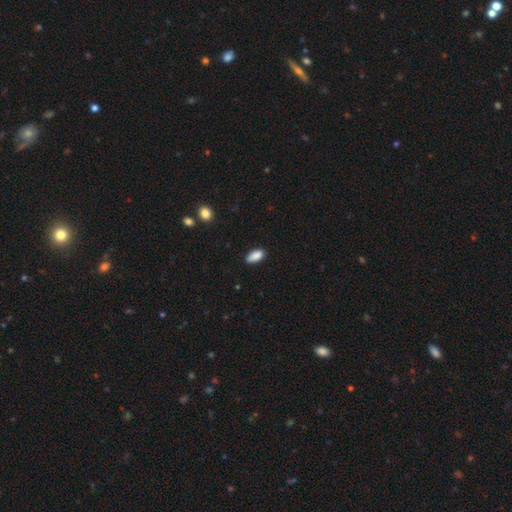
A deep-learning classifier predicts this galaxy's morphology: smooth-or-featured: smooth: 88% | star or artifact: 8% | featured or disk: 5%
  how-rounded: in between: 90% | cigar-shaped: 8% | round: 3%
  merging: none: 80% | minor disturbance: 16% | major disturbance: 3% | merger: 1%